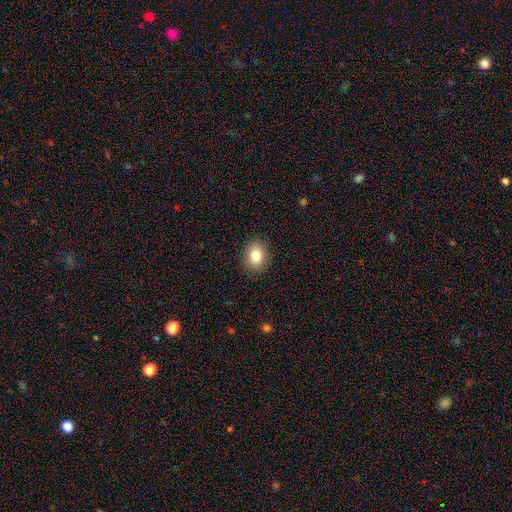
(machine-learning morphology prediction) smooth_or_featured: smooth (p=0.82) [alt: star or artifact p=0.09]
how_rounded: in between (p=0.65) [alt: round p=0.34]
merging: none (p=0.89) [alt: minor disturbance p=0.08]